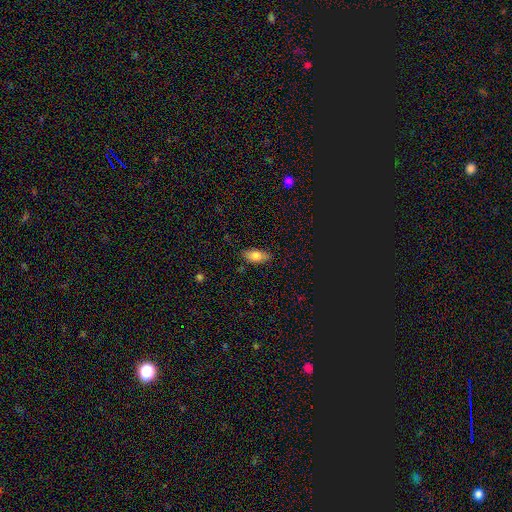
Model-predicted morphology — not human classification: Smooth or featured: smooth — 79% (featured or disk — 14%)
How rounded: in between — 85% (cigar-shaped — 12%)
Merging: none — 82% (minor disturbance — 14%)